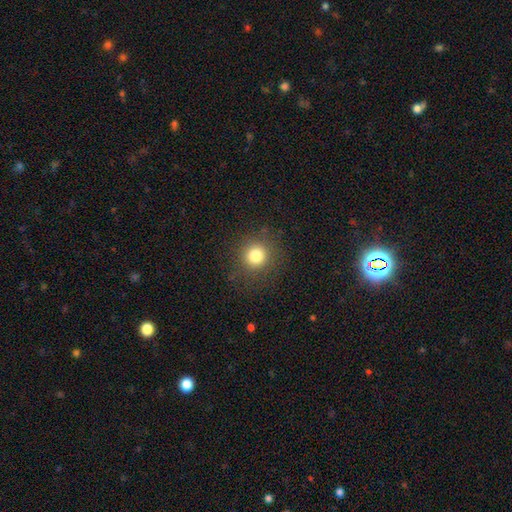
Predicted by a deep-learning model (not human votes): smooth-or-featured: smooth: 80% | star or artifact: 13% | featured or disk: 7%
  how-rounded: round: 93% | in between: 6% | cigar-shaped: 1%
  merging: none: 87% | minor disturbance: 8% | major disturbance: 4% | merger: 1%